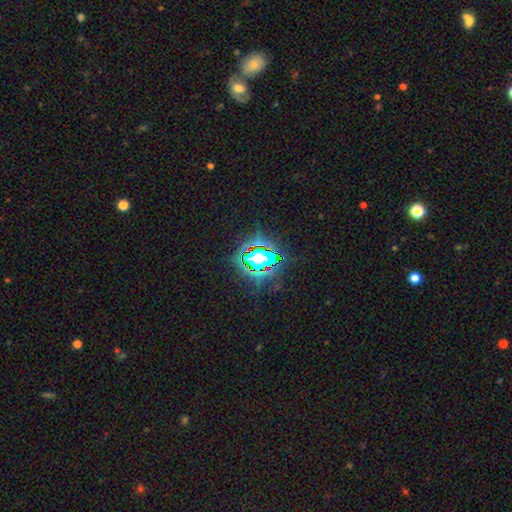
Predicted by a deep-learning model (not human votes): Smooth or featured?
  - star or artifact: 70% *
  - smooth: 19%
  - featured or disk: 11%